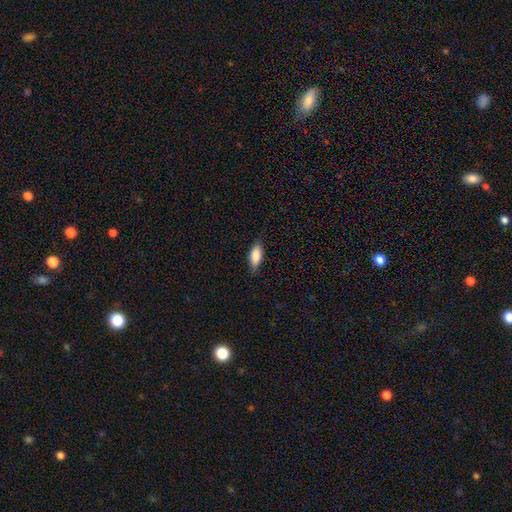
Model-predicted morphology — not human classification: Smooth or featured? smooth (84%)
How rounded? in between (78%)
Merging? none (83%)